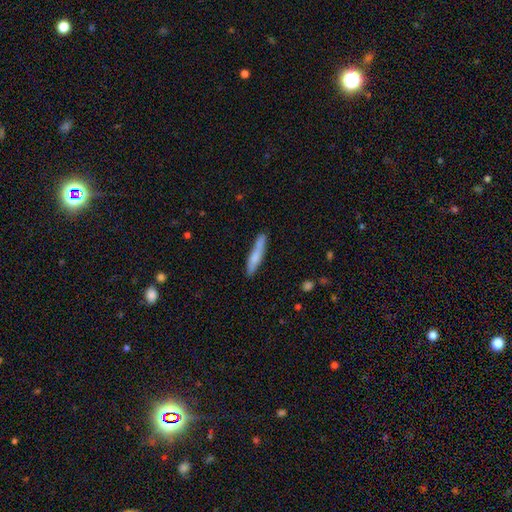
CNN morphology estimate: A smooth galaxy with no disk features (67%) that is cigar-shaped (91%).

Vote fractions:
- Smooth or featured? smooth: 67% / featured or disk: 28% / star or artifact: 6%
- How rounded? cigar-shaped: 91% / in between: 7% / round: 1%
- Merging? none: 82% / minor disturbance: 14% / major disturbance: 2% / merger: 2%